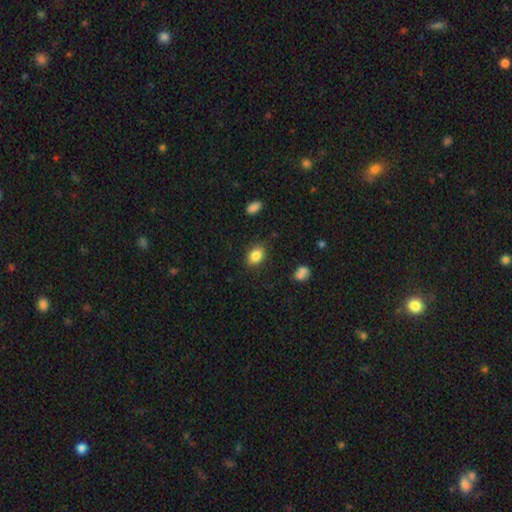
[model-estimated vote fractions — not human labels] Smooth or featured? smooth (85%)
How rounded? in between (71%)
Merging? none (82%)